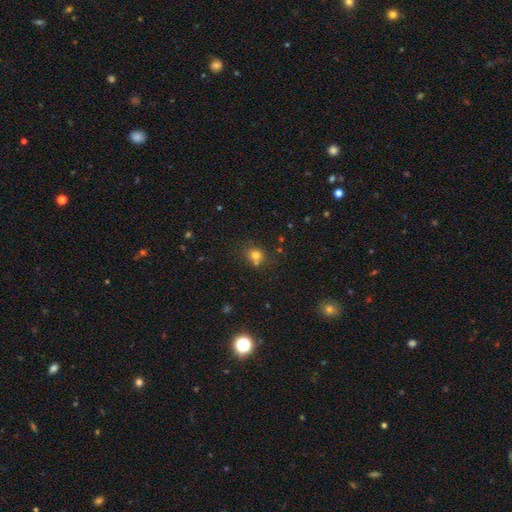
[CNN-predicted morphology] Q: Smooth or featured?
A: smooth (75%); runner-up: star or artifact (16%)
Q: How rounded?
A: round (80%); runner-up: in between (19%)
Q: Merging?
A: none (64%); runner-up: merger (19%)